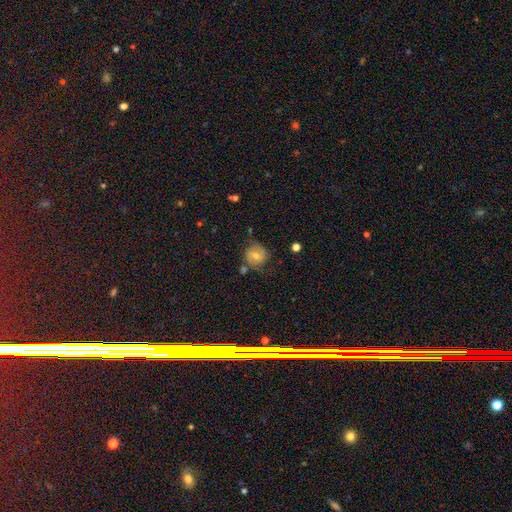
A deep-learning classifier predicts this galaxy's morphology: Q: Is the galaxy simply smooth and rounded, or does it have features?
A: smooth — 46%.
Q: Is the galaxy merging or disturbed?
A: none — 65%.